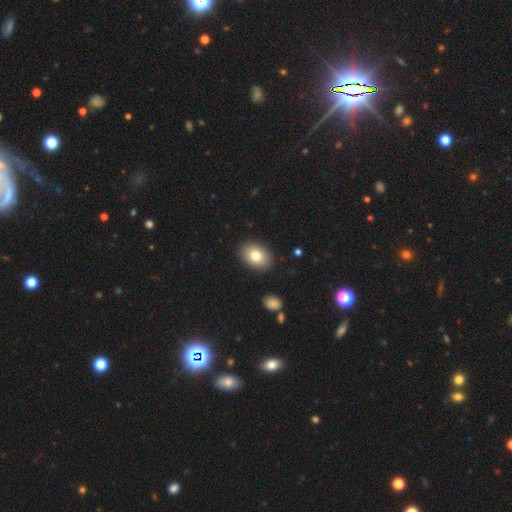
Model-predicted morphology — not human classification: A smooth galaxy with no disk features (80%) that is in between round and cigar-shaped (80%).

Vote fractions:
- Smooth or featured? smooth: 80% / featured or disk: 12% / star or artifact: 8%
- How rounded? in between: 80% / round: 19% / cigar-shaped: 1%
- Merging? none: 89% / minor disturbance: 8% / major disturbance: 2% / merger: 1%